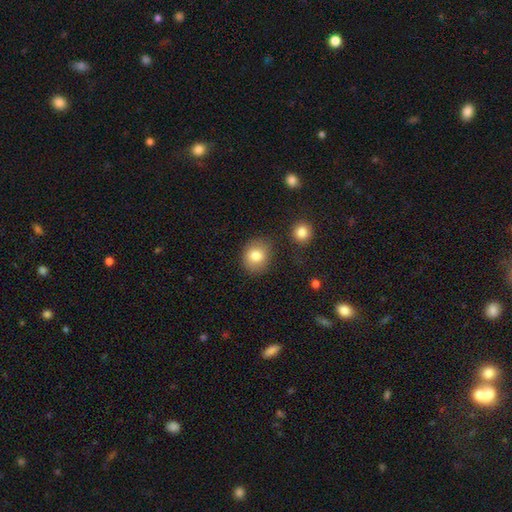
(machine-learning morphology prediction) Smooth or featured? smooth (82%)
How rounded? round (68%)
Merging? none (78%)